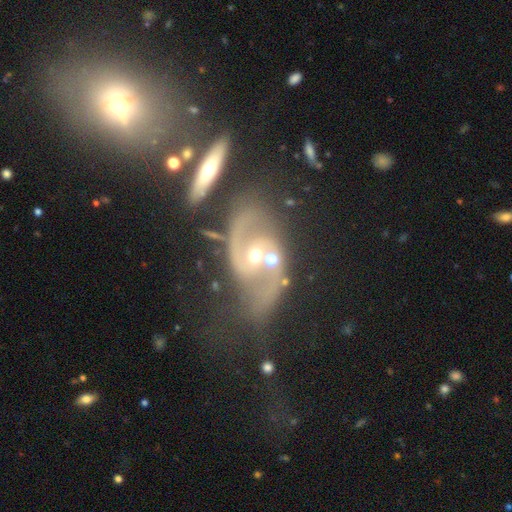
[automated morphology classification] featured or disk 85%, star or artifact 8%, smooth 7%. Down the decision tree: edge-on disk — no (95%); bar — no (55%); spiral arms — yes (93%); spiral arm count — 2 (88%); spiral winding — medium (48%); bulge size — moderate (51%); merging — none (49%).